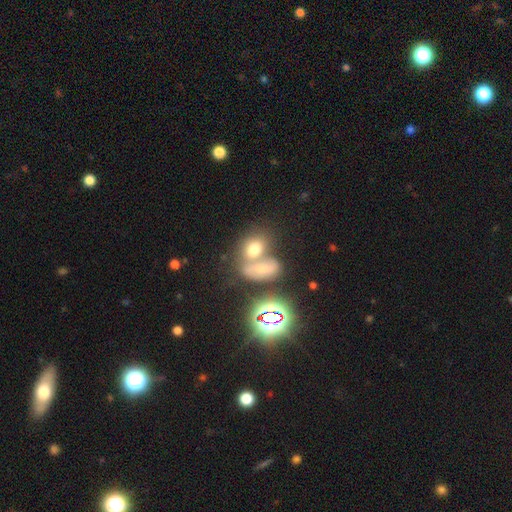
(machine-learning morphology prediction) Smooth or featured?
  - smooth: 49% *
  - star or artifact: 32%
  - featured or disk: 19%
Merging?
  - merger: 56% *
  - none: 31%
  - minor disturbance: 8%
  - major disturbance: 5%